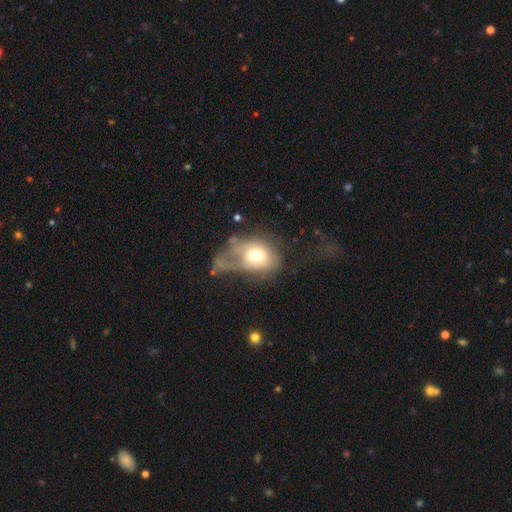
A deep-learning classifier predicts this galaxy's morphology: smooth_or_featured: smooth (p=0.63) [alt: featured or disk p=0.28]
how_rounded: in between (p=0.60) [alt: round p=0.39]
merging: major disturbance (p=0.53) [alt: minor disturbance p=0.22]